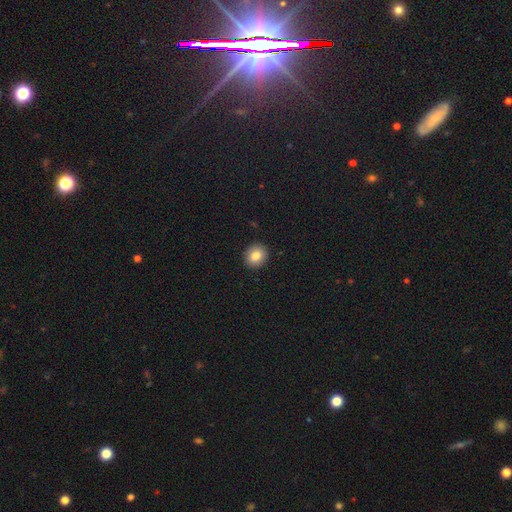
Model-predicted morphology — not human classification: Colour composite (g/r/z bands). It shows a smooth galaxy with no disk features (83%) that is round (73%). Merging: none (91%).